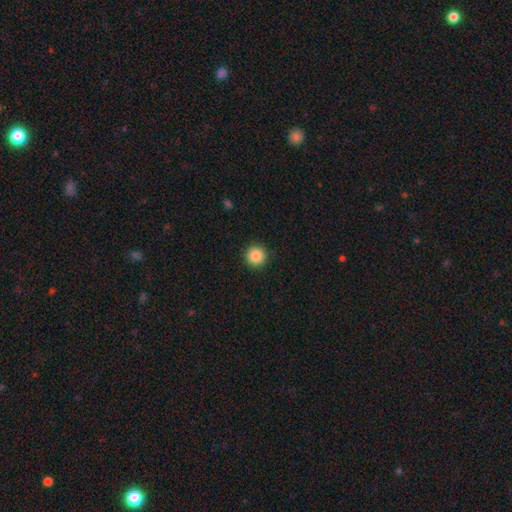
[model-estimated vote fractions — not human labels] Overall: smooth (87%). How rounded: round (96%). Merging: none (92%).